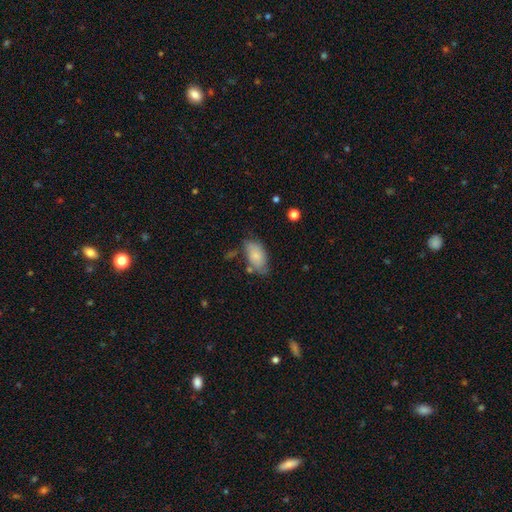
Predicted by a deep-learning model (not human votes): Overall: smooth (74%). How rounded: in between (93%). Merging: none (57%; minor disturbance 28%).